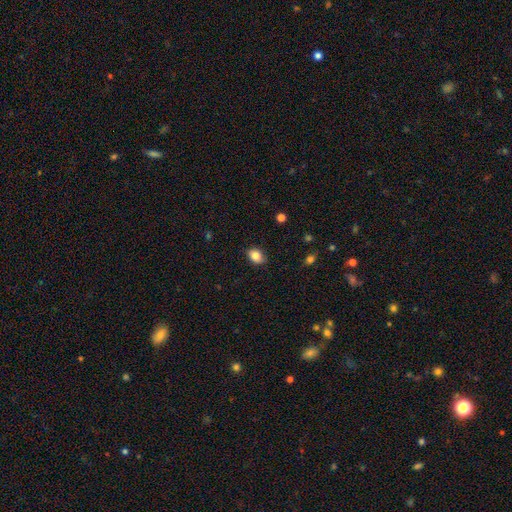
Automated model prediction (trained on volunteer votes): Smooth or featured? smooth (83%)
How rounded? in between (69%)
Merging? none (84%)